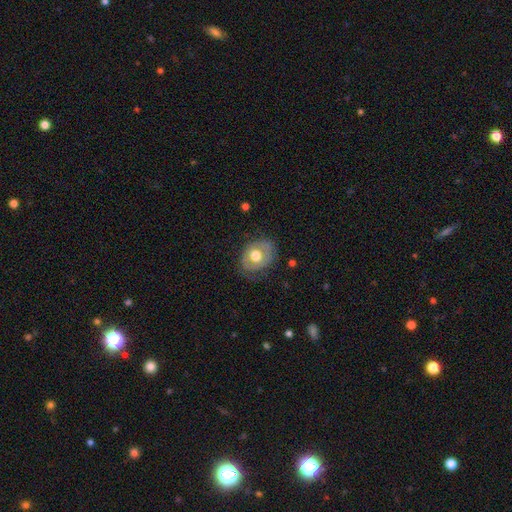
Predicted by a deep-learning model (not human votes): smooth_or_featured: smooth (p=0.48) [alt: featured or disk p=0.46]
merging: none (p=0.67) [alt: minor disturbance p=0.22]